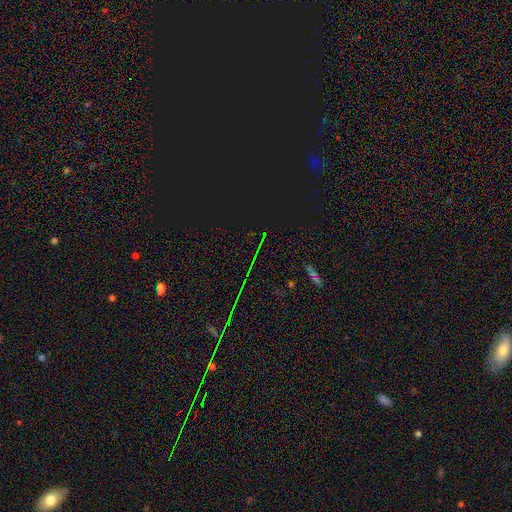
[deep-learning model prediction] A star or artifact, not a galaxy (79%).